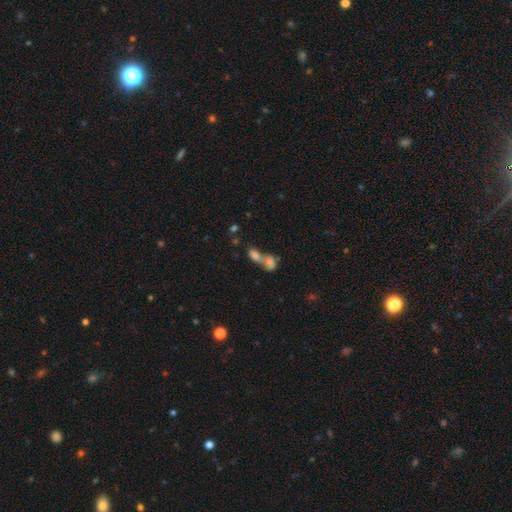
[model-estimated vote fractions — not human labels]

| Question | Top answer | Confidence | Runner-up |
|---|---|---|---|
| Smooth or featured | smooth | 66% | featured or disk (18%) |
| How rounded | in between | 75% | round (16%) |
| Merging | merger | 70% | none (20%) |